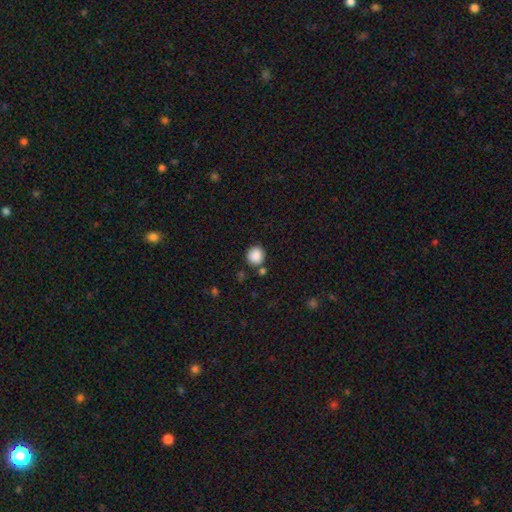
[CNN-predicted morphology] smooth_or_featured: smooth (p=0.88) [alt: star or artifact p=0.09]
how_rounded: round (p=0.90) [alt: in between p=0.09]
merging: none (p=0.81) [alt: minor disturbance p=0.09]